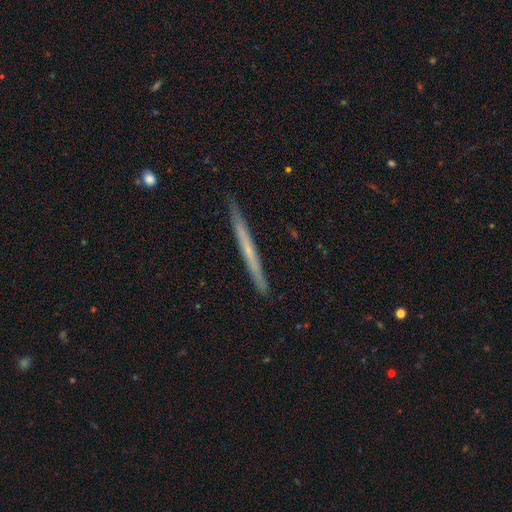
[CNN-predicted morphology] type=featured or disk (55%); edge-on=yes (97%); edge-on bulge=none (85%); merging=none (91%).